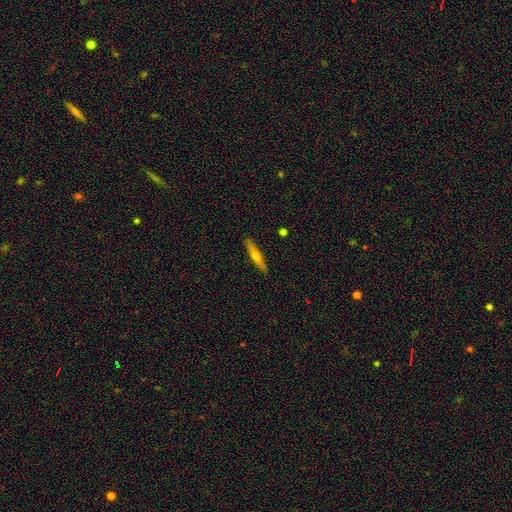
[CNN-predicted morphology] smooth-or-featured: smooth: 48% | featured or disk: 46% | star or artifact: 6%
  merging: none: 91% | minor disturbance: 7% | major disturbance: 1% | merger: 1%